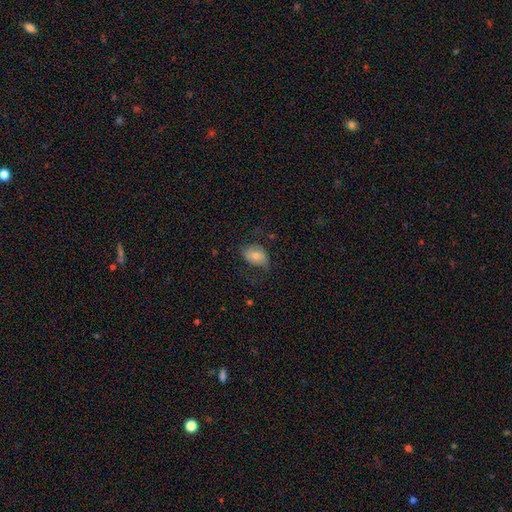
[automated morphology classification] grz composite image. It shows a smooth galaxy with no disk features (66%) that is in between round and cigar-shaped (82%). Merging: none (57%).